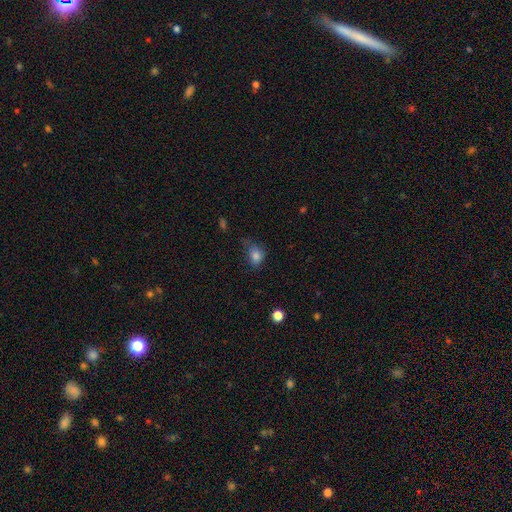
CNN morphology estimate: Smooth or featured? Predicted: smooth (p=0.81). How rounded? Predicted: in between (p=0.57). Merging? Predicted: none (p=0.50).